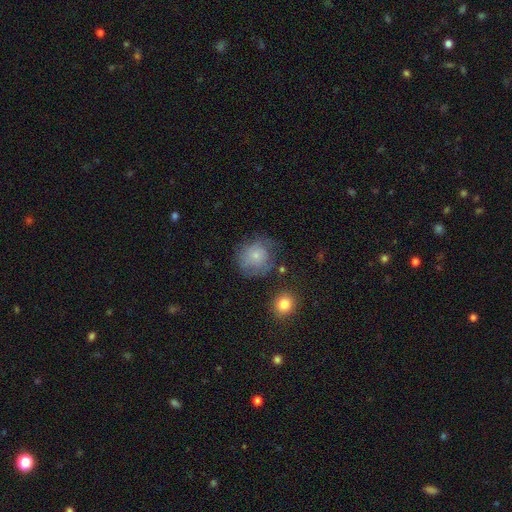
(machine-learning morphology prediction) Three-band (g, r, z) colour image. It shows a smooth galaxy with no disk features (69%) that is round (84%). Merging: none (57%).